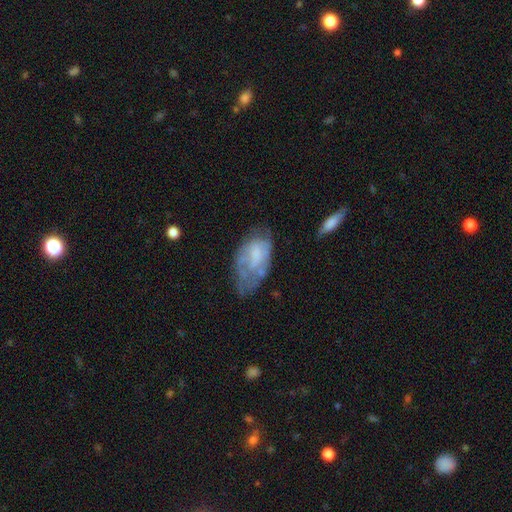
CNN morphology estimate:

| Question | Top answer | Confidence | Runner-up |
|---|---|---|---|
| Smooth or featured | featured or disk | 48% | smooth (43%) |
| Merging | none | 36% | minor disturbance (33%) |